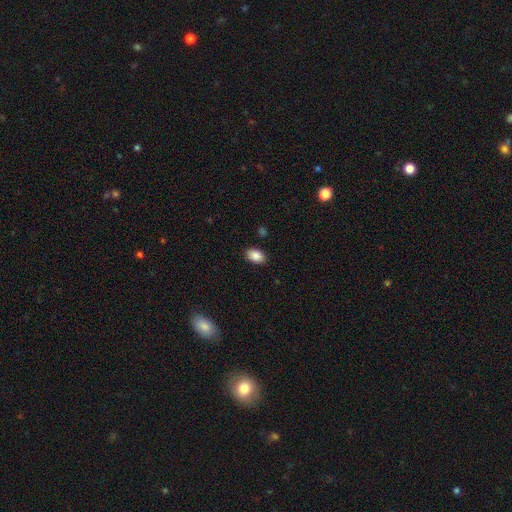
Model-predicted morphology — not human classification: Smooth or featured: smooth — 88% (star or artifact — 7%)
How rounded: in between — 89% (round — 10%)
Merging: none — 88% (minor disturbance — 9%)